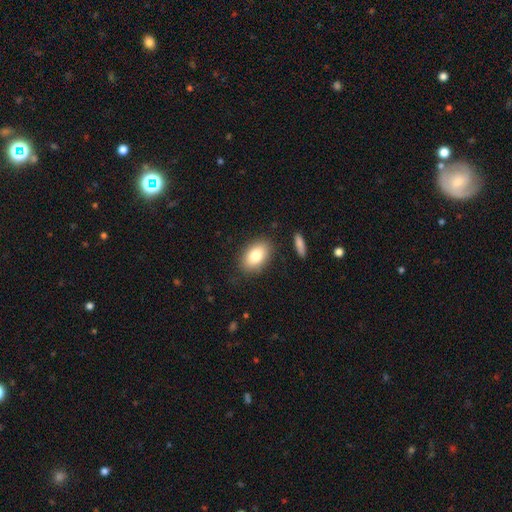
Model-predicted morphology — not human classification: Smooth or featured? smooth (80%)
How rounded? in between (88%)
Merging? none (84%)